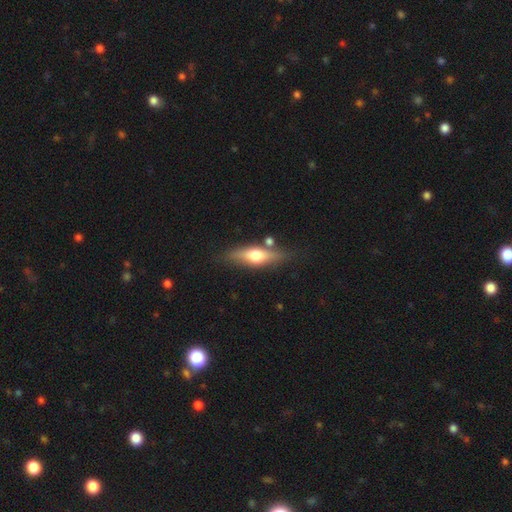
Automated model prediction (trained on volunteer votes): Smooth or featured? featured or disk (50%)
Merging? none (74%)